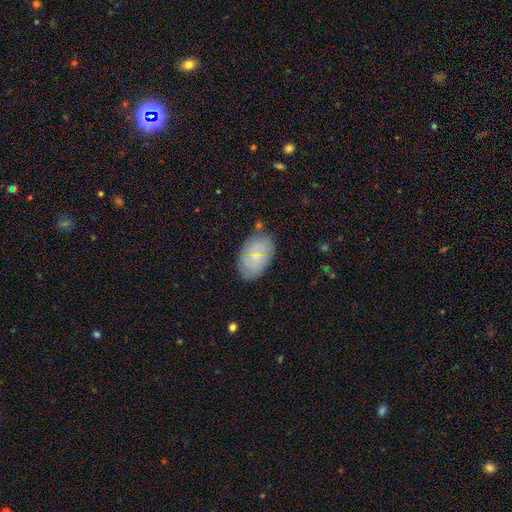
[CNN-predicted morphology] smooth-or-featured: smooth: 71% | featured or disk: 21% | star or artifact: 8%
  how-rounded: in between: 92% | round: 7% | cigar-shaped: 1%
  merging: none: 77% | minor disturbance: 16% | major disturbance: 4% | merger: 3%